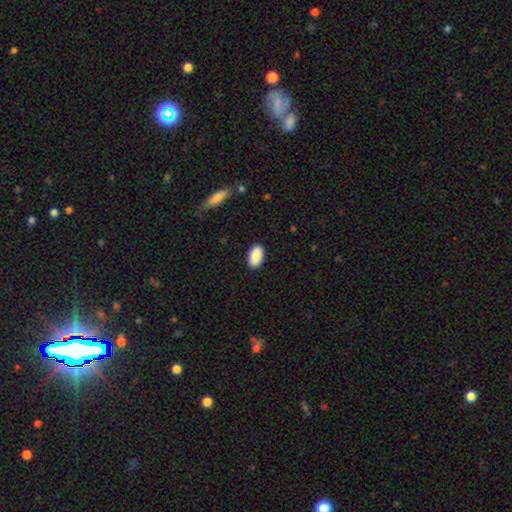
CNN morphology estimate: smooth 90%, star or artifact 7%, featured or disk 4%. Down the decision tree: how rounded — in between (94%); merging — none (89%).